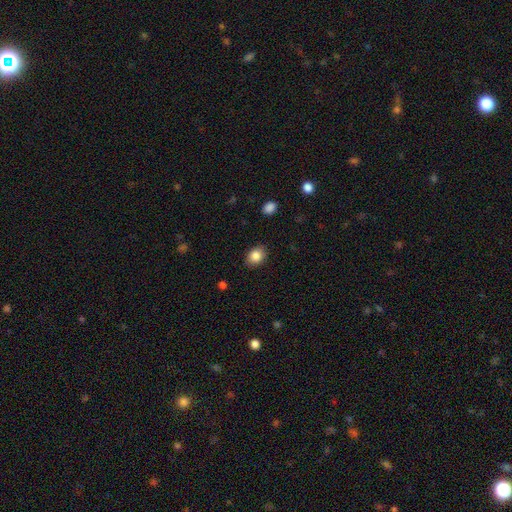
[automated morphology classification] smooth 86%, star or artifact 9%, featured or disk 5%. Down the decision tree: how rounded — in between (59%); merging — none (87%).